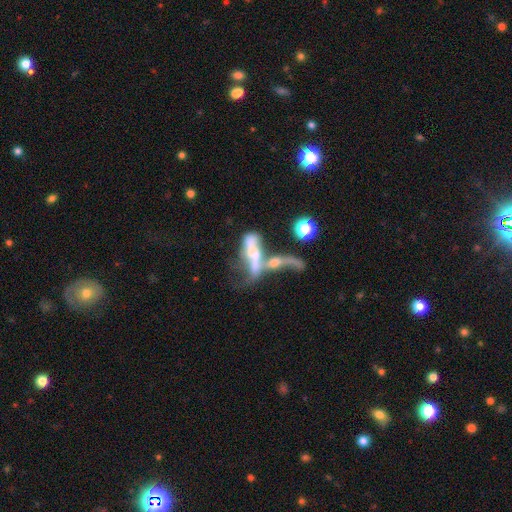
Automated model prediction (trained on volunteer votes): smooth-or-featured: featured or disk: 56% | smooth: 31% | star or artifact: 13%
  disk-edge-on: no: 80% | yes: 20%
  merging: merger: 67% | major disturbance: 20% | none: 8% | minor disturbance: 5%